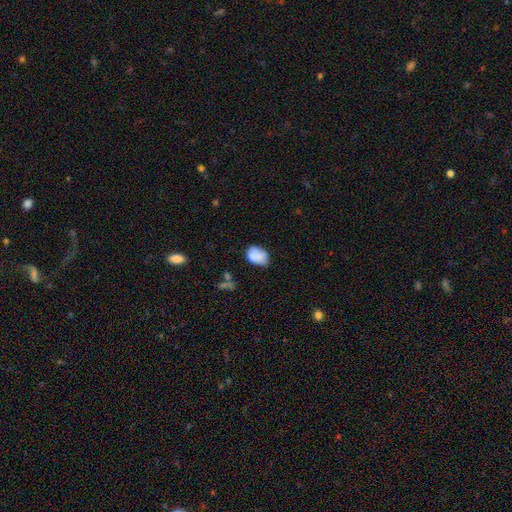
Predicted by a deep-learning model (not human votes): This appears to be a smooth galaxy with no disk features (78%) that is in between round and cigar-shaped (78%). Merging: none (49%).